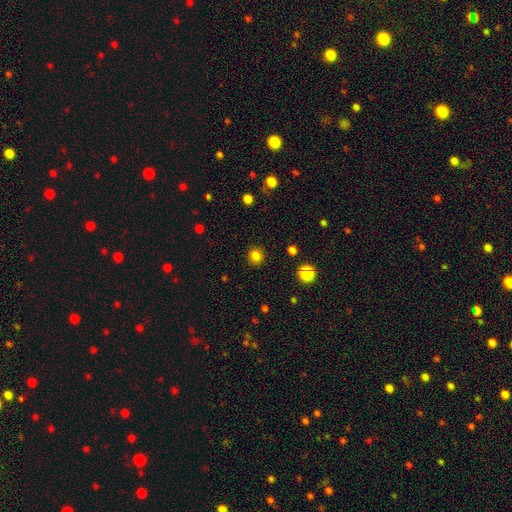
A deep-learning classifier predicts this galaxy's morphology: type=smooth (82%); roundness=round (89%); merging=none (90%).